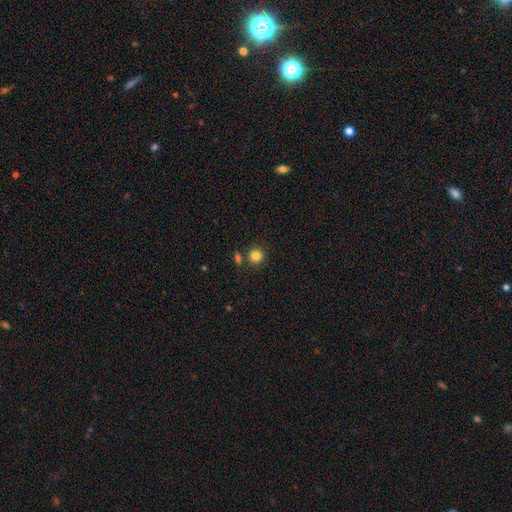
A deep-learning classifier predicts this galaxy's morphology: Smooth or featured? Predicted: smooth (p=0.84). How rounded? Predicted: round (p=0.92). Merging? Predicted: none (p=0.79).